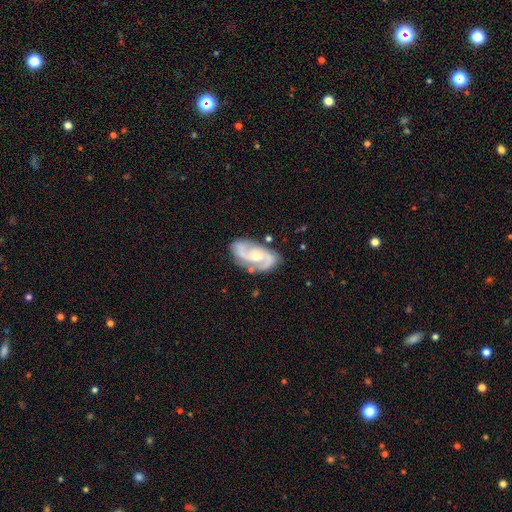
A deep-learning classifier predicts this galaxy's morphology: smooth_or_featured: featured or disk (p=0.87) [alt: smooth p=0.08]
disk_edge_on: no (p=0.97) [alt: yes p=0.03]
bar: no (p=0.56) [alt: weak p=0.35]
has_spiral_arms: yes (p=0.97) [alt: no p=0.03]
spiral_winding: medium (p=0.55) [alt: tight p=0.26]
spiral_arm_count: 2 (p=0.90) [alt: can't tell p=0.04]
bulge_size: moderate (p=0.47) [alt: small p=0.45]
merging: none (p=0.77) [alt: minor disturbance p=0.16]